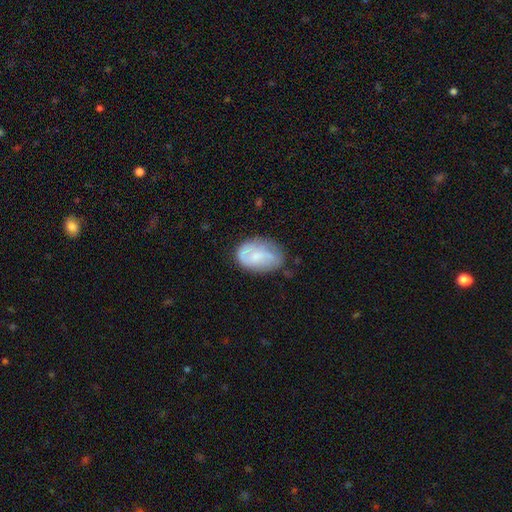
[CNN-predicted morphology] Q: Smooth or featured?
A: featured or disk (48%); runner-up: smooth (45%)
Q: Merging?
A: none (57%); runner-up: minor disturbance (29%)